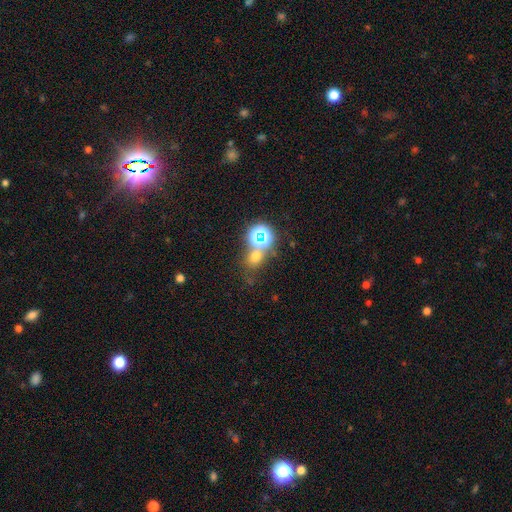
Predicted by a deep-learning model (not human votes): A smooth galaxy with no disk features (55%) that is round (70%).

Vote fractions:
- Smooth or featured? smooth: 55% / star or artifact: 36% / featured or disk: 9%
- How rounded? round: 70% / in between: 29% / cigar-shaped: 1%
- Merging? none: 61% / merger: 24% / minor disturbance: 10% / major disturbance: 5%